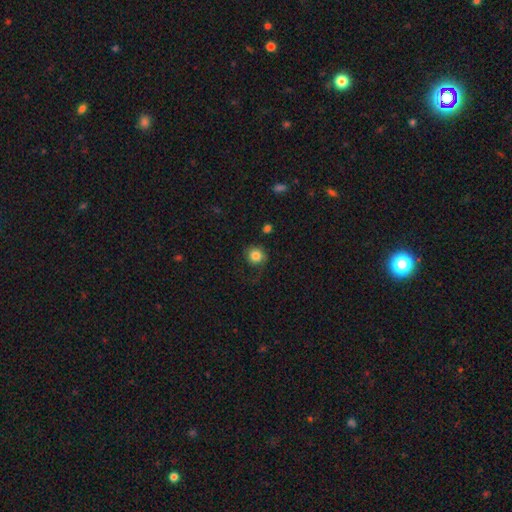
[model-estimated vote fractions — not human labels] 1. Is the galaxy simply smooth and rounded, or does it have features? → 83% smooth, 9% star or artifact, 8% featured or disk.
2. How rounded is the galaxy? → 88% round, 11% in between, 1% cigar-shaped.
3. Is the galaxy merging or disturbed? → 67% none, 17% minor disturbance, 13% major disturbance, 2% merger.